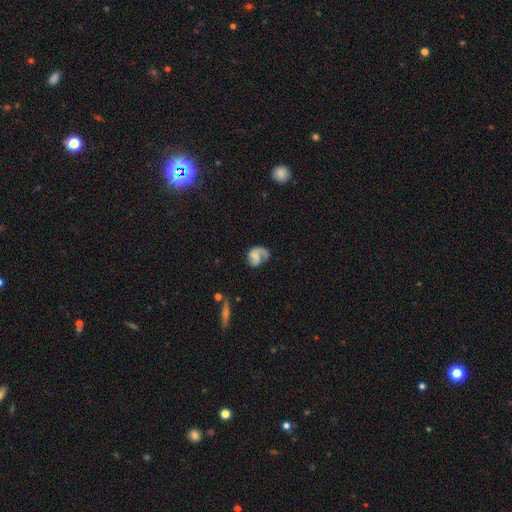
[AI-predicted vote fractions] Morphology: type=featured or disk (58%); edge-on=no (97%); bar=no (69%); spiral arms=yes (87%); bulge=none (40%); merging=none (42%).